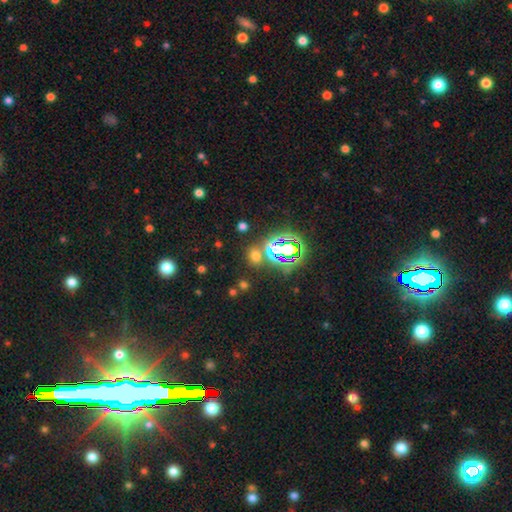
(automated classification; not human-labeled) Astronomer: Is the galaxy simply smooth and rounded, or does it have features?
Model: smooth — 51% (runner-up: star or artifact, 42%).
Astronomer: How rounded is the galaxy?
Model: round — 59% (runner-up: in between, 39%).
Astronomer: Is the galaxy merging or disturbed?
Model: none — 77%.